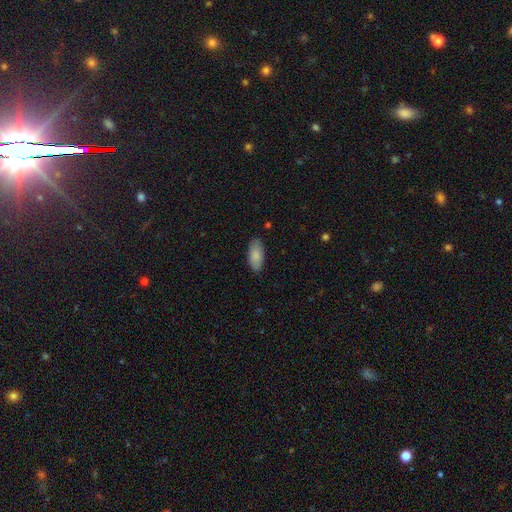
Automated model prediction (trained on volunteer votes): Q: Smooth or featured?
A: smooth (85%); runner-up: featured or disk (9%)
Q: How rounded?
A: in between (89%); runner-up: cigar-shaped (9%)
Q: Merging?
A: none (85%); runner-up: minor disturbance (12%)